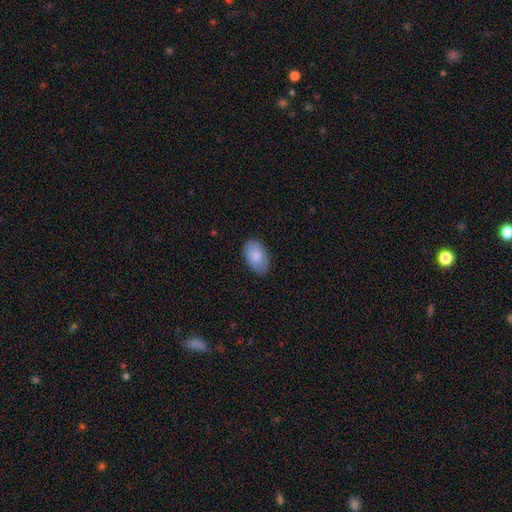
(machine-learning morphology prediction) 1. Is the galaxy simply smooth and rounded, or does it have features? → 83% smooth, 11% featured or disk, 6% star or artifact.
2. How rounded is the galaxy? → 93% in between, 6% round, 1% cigar-shaped.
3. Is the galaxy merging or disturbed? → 81% none, 15% minor disturbance, 3% major disturbance, 1% merger.